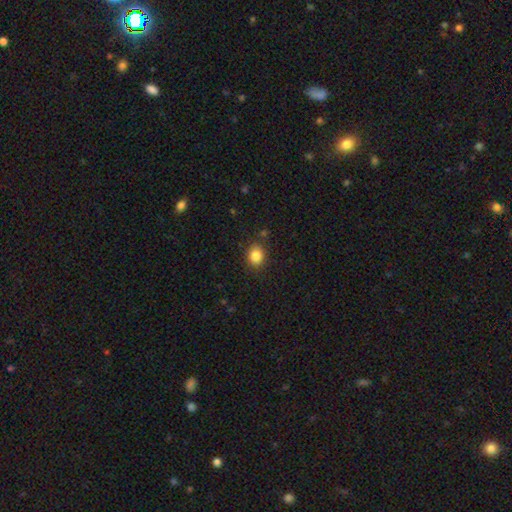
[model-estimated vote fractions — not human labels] Smooth or featured? smooth (85%)
How rounded? round (62%)
Merging? none (85%)